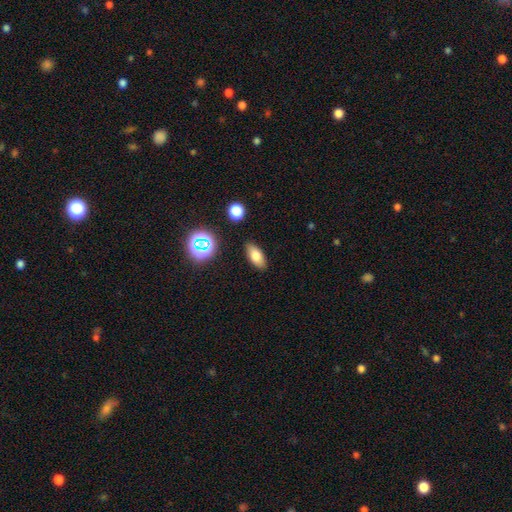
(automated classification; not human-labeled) A smooth galaxy with no disk features (76%) that is in between round and cigar-shaped (85%).

Vote fractions:
- Smooth or featured? smooth: 76% / star or artifact: 12% / featured or disk: 12%
- How rounded? in between: 85% / cigar-shaped: 9% / round: 5%
- Merging? none: 86% / minor disturbance: 10% / major disturbance: 3% / merger: 2%